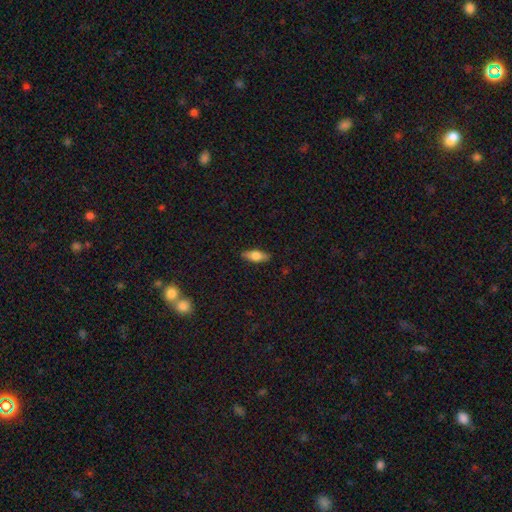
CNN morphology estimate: Overall: smooth (66%; featured or disk 28%). How rounded: in between (66%; cigar-shaped 31%). Merging: none (89%).